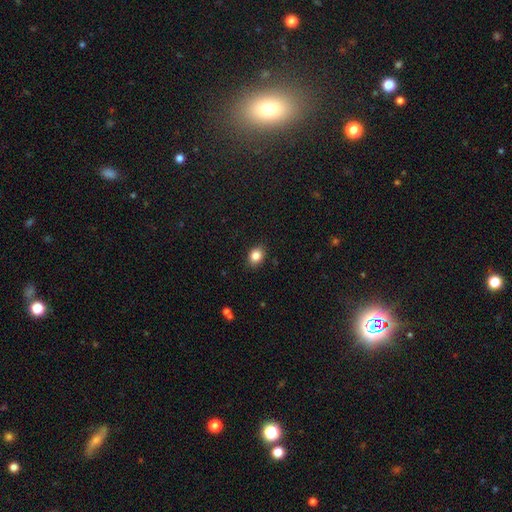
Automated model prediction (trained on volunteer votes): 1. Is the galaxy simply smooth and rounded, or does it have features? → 85% smooth, 9% star or artifact, 6% featured or disk.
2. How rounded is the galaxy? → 65% in between, 34% round, 1% cigar-shaped.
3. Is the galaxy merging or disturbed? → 87% none, 9% minor disturbance, 2% major disturbance, 1% merger.